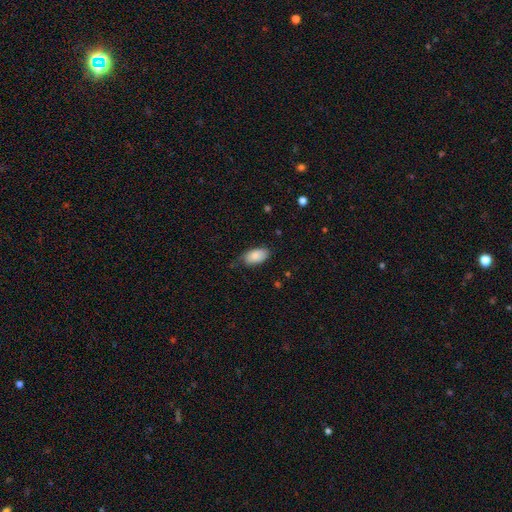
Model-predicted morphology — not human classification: A smooth galaxy with no disk features (86%) that is in between round and cigar-shaped (94%).

Vote fractions:
- Smooth or featured? smooth: 86% / featured or disk: 8% / star or artifact: 7%
- How rounded? in between: 94% / round: 4% / cigar-shaped: 2%
- Merging? none: 67% / minor disturbance: 27% / major disturbance: 5% / merger: 1%